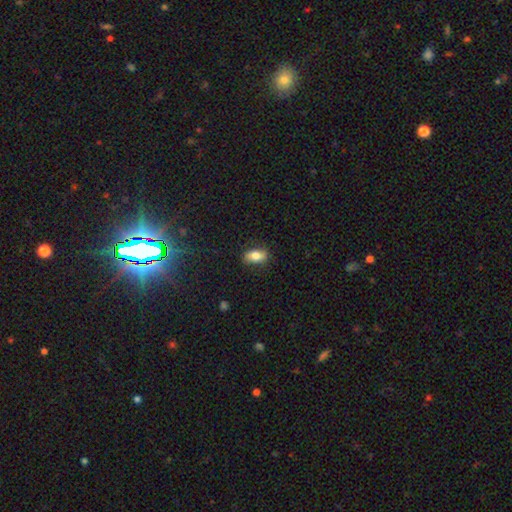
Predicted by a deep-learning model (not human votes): Overall: smooth (75%). How rounded: in between (86%). Merging: none (82%).